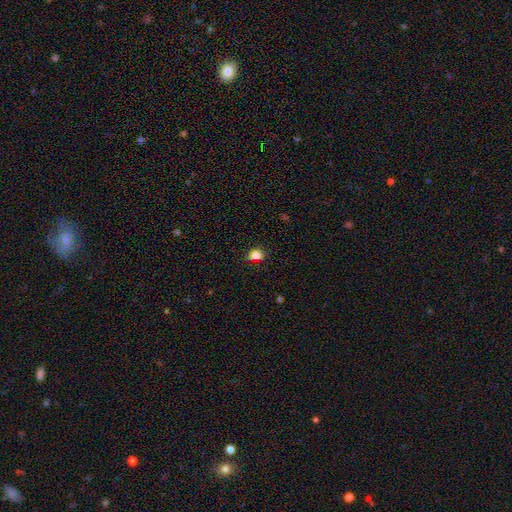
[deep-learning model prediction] Morphology: type=smooth (83%); roundness=round (53%); merging=none (78%).